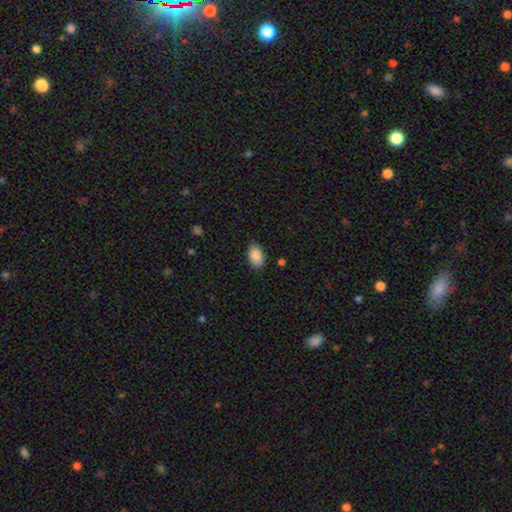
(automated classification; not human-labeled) Smooth or featured? Predicted: smooth (p=0.89). How rounded? Predicted: in between (p=0.92). Merging? Predicted: none (p=0.85).